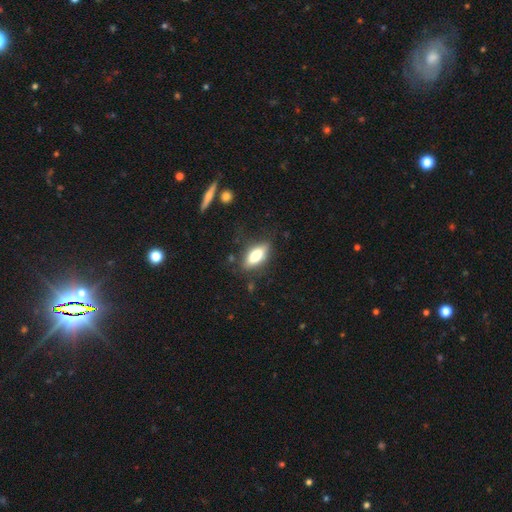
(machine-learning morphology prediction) smooth-or-featured: smooth: 75% | featured or disk: 18% | star or artifact: 8%
  how-rounded: in between: 82% | cigar-shaped: 15% | round: 4%
  merging: none: 76% | minor disturbance: 16% | major disturbance: 5% | merger: 2%